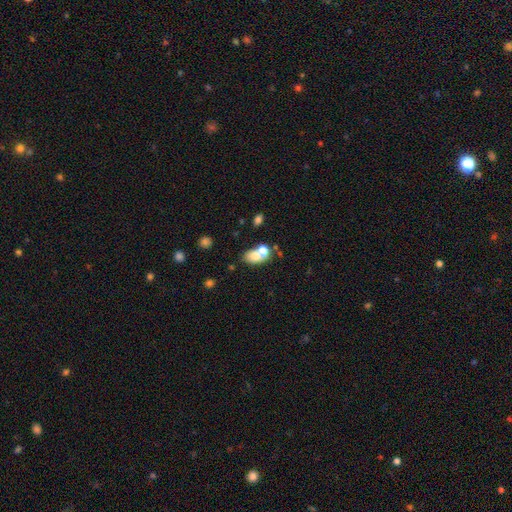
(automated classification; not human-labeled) A smooth galaxy with no disk features (70%) that is in between round and cigar-shaped (72%). Merging: merger (50%).